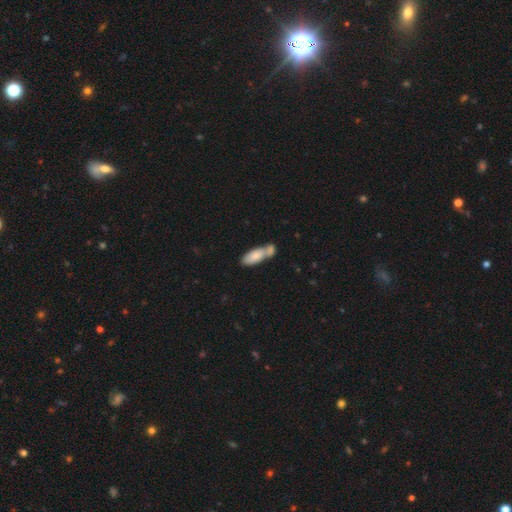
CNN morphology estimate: Smooth or featured: smooth — 77% (featured or disk — 17%)
How rounded: in between — 69% (cigar-shaped — 29%)
Merging: merger — 53% (none — 30%)